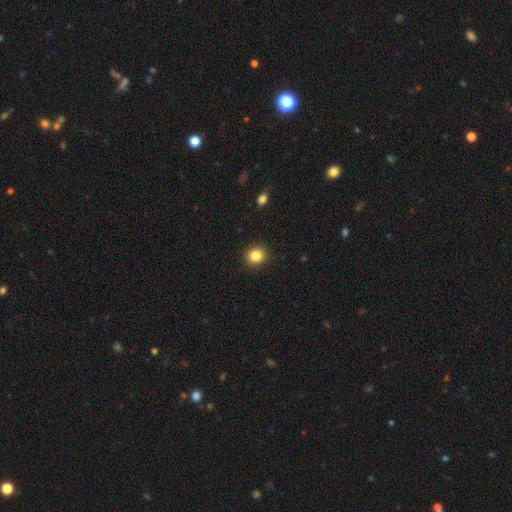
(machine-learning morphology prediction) Smooth or featured: smooth — 84% (star or artifact — 10%)
How rounded: round — 80% (in between — 19%)
Merging: none — 91% (minor disturbance — 6%)